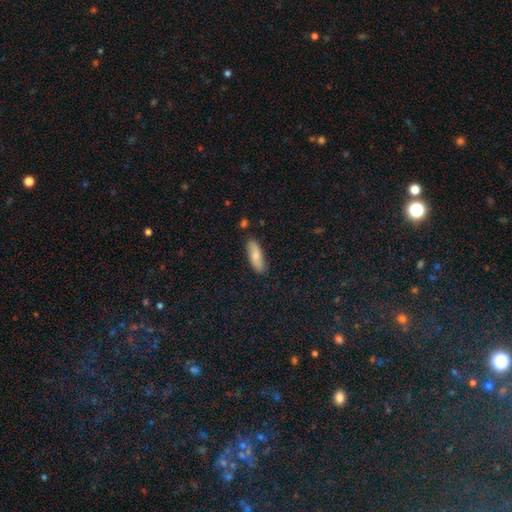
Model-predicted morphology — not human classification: smooth_or_featured: smooth (p=0.75) [alt: featured or disk p=0.19]
how_rounded: in between (p=0.58) [alt: cigar-shaped p=0.40]
merging: none (p=0.82) [alt: minor disturbance p=0.13]